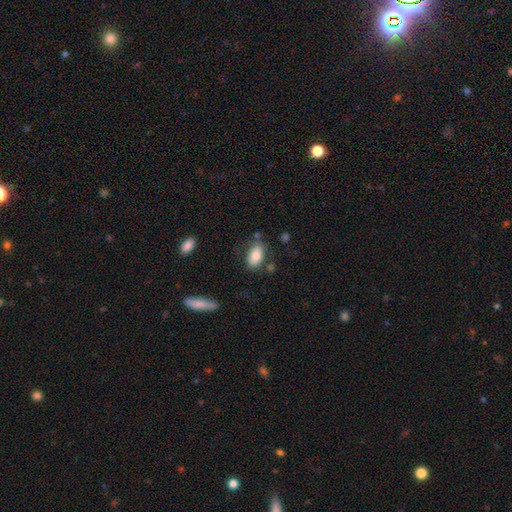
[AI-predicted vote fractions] Q: Smooth or featured?
A: smooth (81%); runner-up: featured or disk (12%)
Q: How rounded?
A: in between (92%); runner-up: round (5%)
Q: Merging?
A: none (72%); runner-up: minor disturbance (17%)